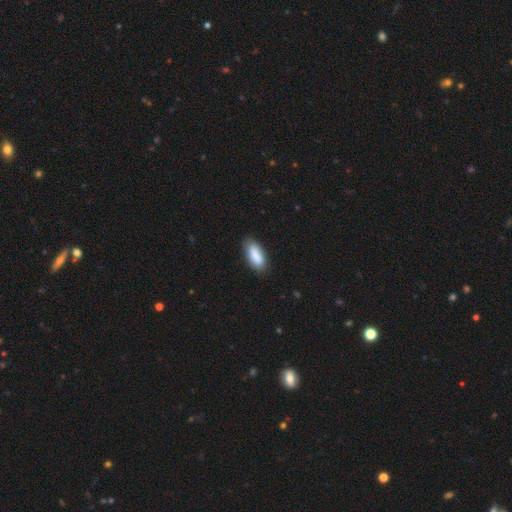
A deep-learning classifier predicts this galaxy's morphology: This appears to be a smooth galaxy with no disk features (87%) that is in between round and cigar-shaped (82%). Merging: none (79%).